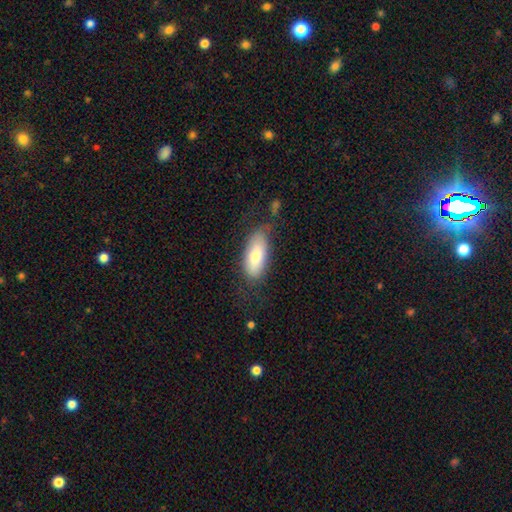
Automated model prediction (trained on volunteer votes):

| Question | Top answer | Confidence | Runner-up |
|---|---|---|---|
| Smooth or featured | smooth | 73% | featured or disk (20%) |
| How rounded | in between | 84% | cigar-shaped (13%) |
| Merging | none | 64% | minor disturbance (25%) |